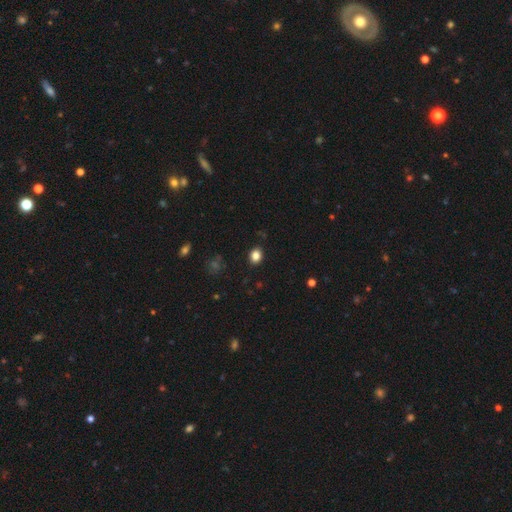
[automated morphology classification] type=smooth (84%); roundness=round (53%); merging=none (89%).